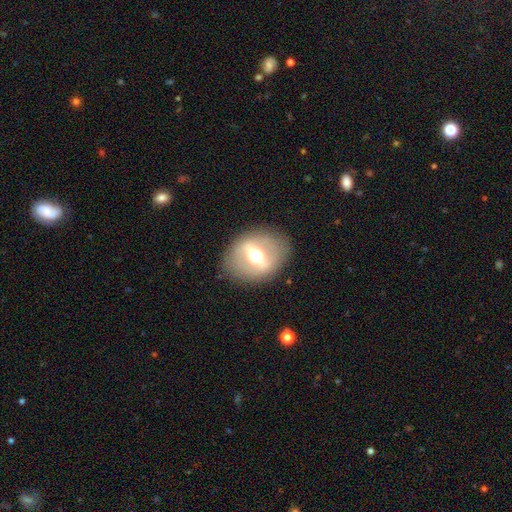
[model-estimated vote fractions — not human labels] Morphology: type=featured or disk (54%); edge-on=no (83%); merging=none (82%).